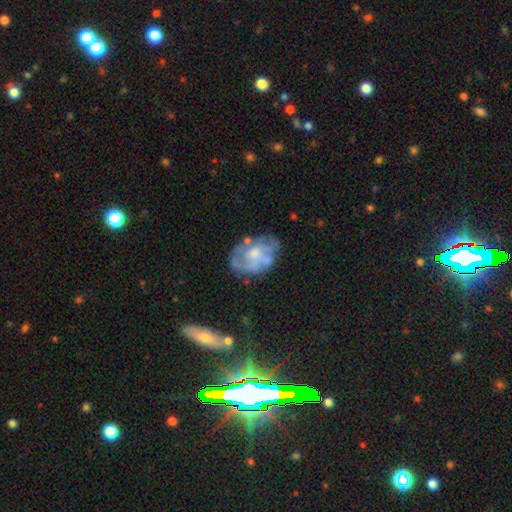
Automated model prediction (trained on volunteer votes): smooth_or_featured: featured or disk (p=0.66) [alt: smooth p=0.27]
disk_edge_on: no (p=0.97) [alt: yes p=0.03]
bar: no (p=0.76) [alt: weak p=0.21]
has_spiral_arms: yes (p=0.58) [alt: no p=0.42]
bulge_size: moderate (p=0.41) [alt: small p=0.40]
merging: none (p=0.52) [alt: minor disturbance p=0.26]